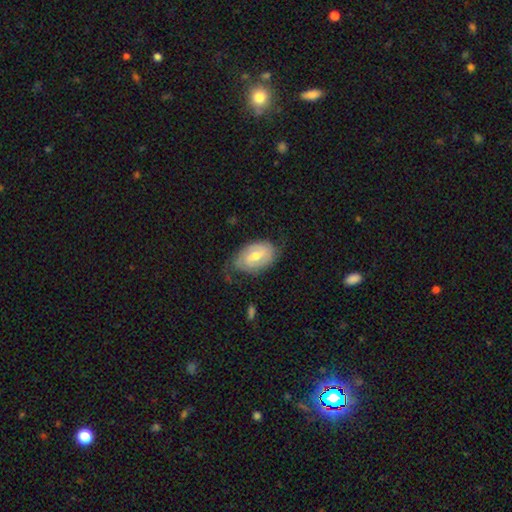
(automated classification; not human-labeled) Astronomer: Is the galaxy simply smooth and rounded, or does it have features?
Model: featured or disk — 56% (runner-up: smooth, 37%).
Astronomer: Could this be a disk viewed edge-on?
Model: no — 94%.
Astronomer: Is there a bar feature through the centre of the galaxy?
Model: weak — 51% (runner-up: no, 32%).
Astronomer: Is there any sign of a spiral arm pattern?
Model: yes — 74%.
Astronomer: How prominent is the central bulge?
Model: moderate — 64%.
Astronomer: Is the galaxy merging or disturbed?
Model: none — 59%.